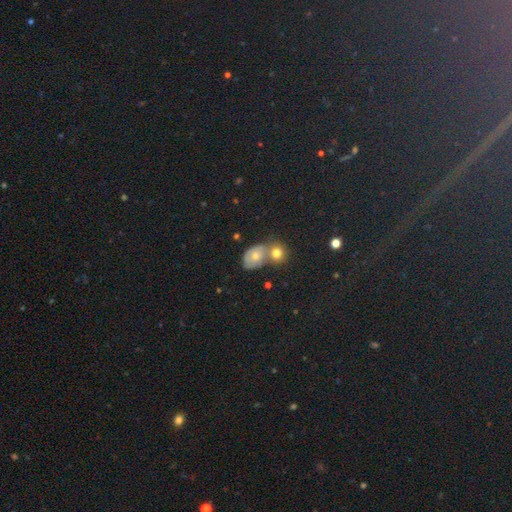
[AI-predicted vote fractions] Smooth or featured? Predicted: star or artifact (p=0.63).